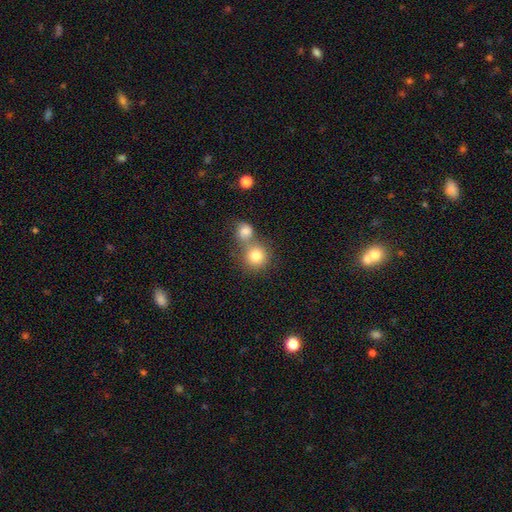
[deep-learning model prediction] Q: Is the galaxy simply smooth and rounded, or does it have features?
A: smooth — 80%.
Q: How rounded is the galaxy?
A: round — 89%.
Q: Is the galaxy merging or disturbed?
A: none — 48%.